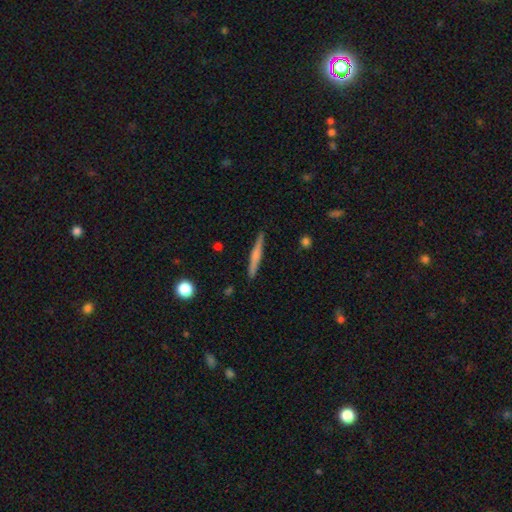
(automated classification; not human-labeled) smooth-or-featured: featured or disk: 48% | smooth: 46% | star or artifact: 6%
  merging: none: 90% | minor disturbance: 7% | major disturbance: 1% | merger: 1%